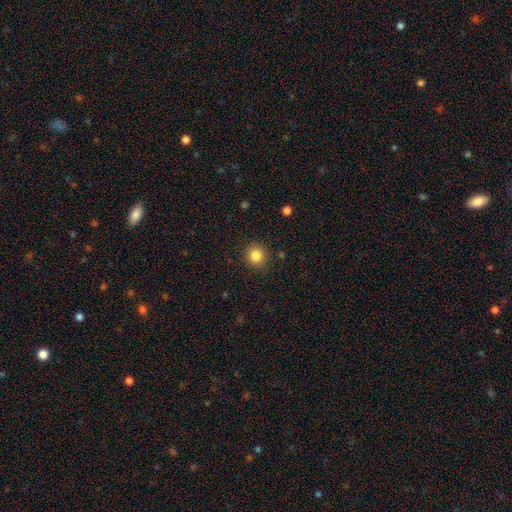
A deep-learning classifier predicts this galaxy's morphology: Smooth or featured: smooth — 84% (star or artifact — 11%)
How rounded: round — 91% (in between — 8%)
Merging: none — 90% (minor disturbance — 7%)